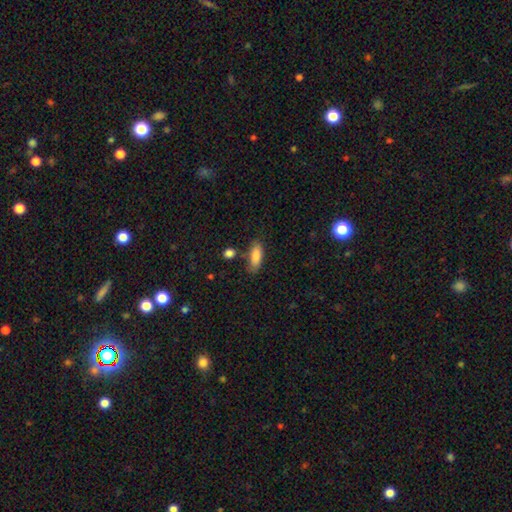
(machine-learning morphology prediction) A smooth galaxy with no disk features (84%) that is in between round and cigar-shaped (74%).

Vote fractions:
- Smooth or featured? smooth: 84% / featured or disk: 9% / star or artifact: 7%
- How rounded? in between: 74% / cigar-shaped: 23% / round: 2%
- Merging? none: 70% / minor disturbance: 19% / merger: 7% / major disturbance: 5%